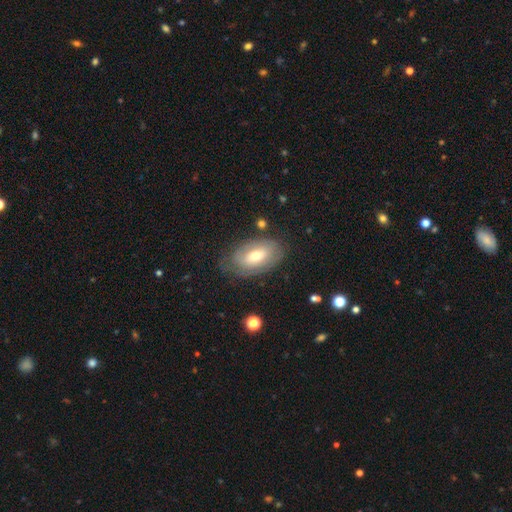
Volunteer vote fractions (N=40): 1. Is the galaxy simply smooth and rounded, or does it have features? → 65% featured or disk, 32% smooth, 2% star or artifact.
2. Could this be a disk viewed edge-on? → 85% no, 15% yes.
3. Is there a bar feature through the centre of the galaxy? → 59% no, 27% weak, 14% strong.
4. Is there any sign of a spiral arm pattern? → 50% yes (tied), 50% no (tied).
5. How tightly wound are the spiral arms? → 45% tight, 36% loose, 18% medium.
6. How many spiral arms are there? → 55% can't tell, 27% 2, 18% 1, 0% 3, 0% 4, 0% more than 4.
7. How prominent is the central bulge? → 64% moderate, 32% small, 5% none, 0% dominant, 0% large.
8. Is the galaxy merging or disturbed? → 77% none, 15% minor disturbance, 8% major disturbance, 0% merger.